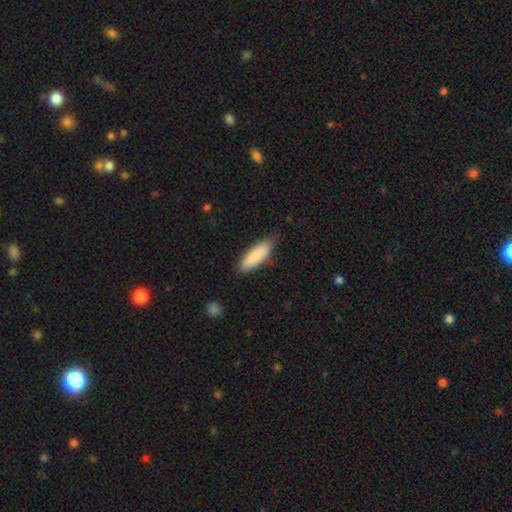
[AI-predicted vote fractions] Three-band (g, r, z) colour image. It shows a smooth galaxy with no disk features (86%) that is in between round and cigar-shaped (60%). Merging: none (81%).